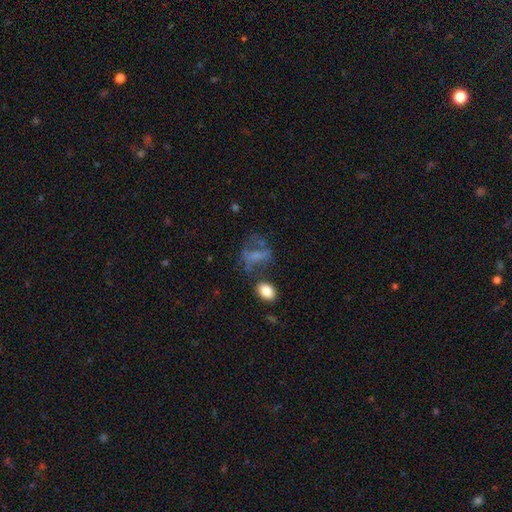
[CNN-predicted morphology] A smooth galaxy with no disk features (42%).

Vote fractions:
- Smooth or featured? smooth: 42% / featured or disk: 40% / star or artifact: 19%
- Merging? none: 39% / major disturbance: 31% / minor disturbance: 19% / merger: 11%